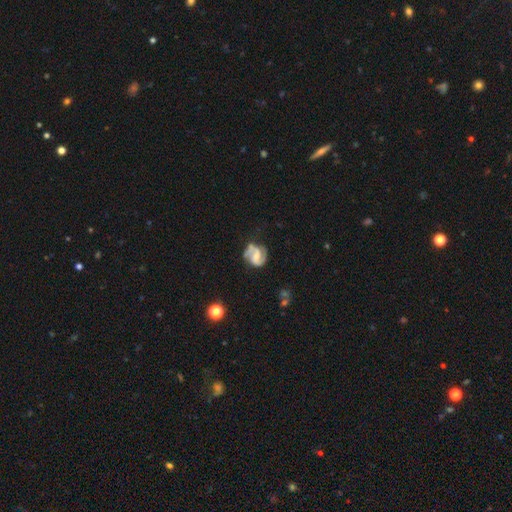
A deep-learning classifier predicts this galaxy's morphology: Smooth or featured: featured or disk — 82% (smooth — 12%)
Edge-on disk: no — 98% (yes — 2%)
Bar: weak — 47% (no — 29%)
Spiral arms: yes — 94% (no — 6%)
Spiral winding: medium — 51% (loose — 27%)
Spiral arm count: 2 — 88% (can't tell — 4%)
Bulge size: small — 40% (moderate — 33%)
Merging: none — 63% (minor disturbance — 21%)